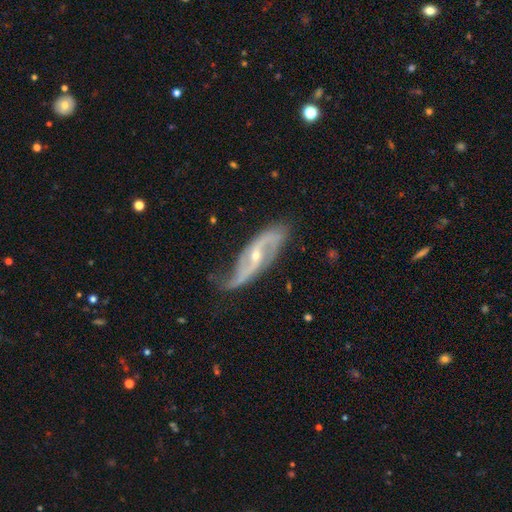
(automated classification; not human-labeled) Smooth or featured?
  - featured or disk: 89% *
  - smooth: 6%
  - star or artifact: 5%
Edge-on disk?
  - no: 92% *
  - yes: 8%
Bar?
  - weak: 38% *
  - no: 35%
  - strong: 28%
Spiral arms?
  - yes: 96% *
  - no: 4%
Spiral winding?
  - loose: 63% *
  - medium: 28%
  - tight: 9%
Spiral arm count?
  - 2: 91% *
  - can't tell: 3%
  - 1: 2%
  - 3: 2%
  - 4: 1%
  - more than 4: 1%
Bulge size?
  - small: 64% *
  - moderate: 34%
  - none: 1%
  - large: 1%
  - dominant: 1%
Merging?
  - none: 63% *
  - minor disturbance: 25%
  - major disturbance: 9%
  - merger: 2%